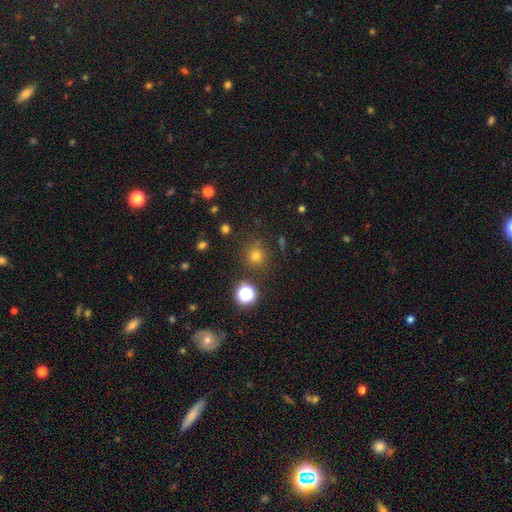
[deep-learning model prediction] smooth_or_featured: smooth (p=0.69) [alt: star or artifact p=0.24]
how_rounded: round (p=0.92) [alt: in between p=0.07]
merging: none (p=0.83) [alt: minor disturbance p=0.10]